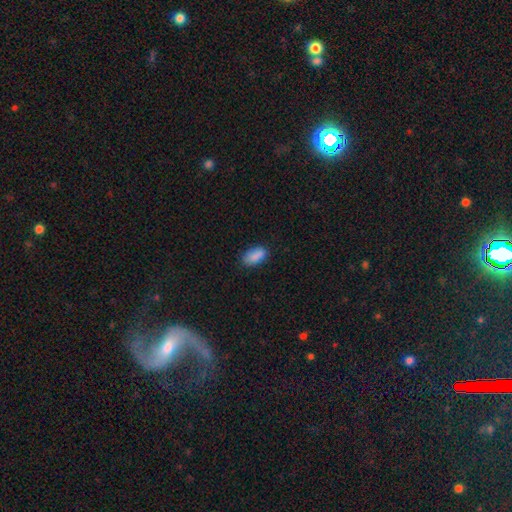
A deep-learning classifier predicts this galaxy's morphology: Smooth or featured? smooth (87%)
How rounded? in between (90%)
Merging? none (79%)